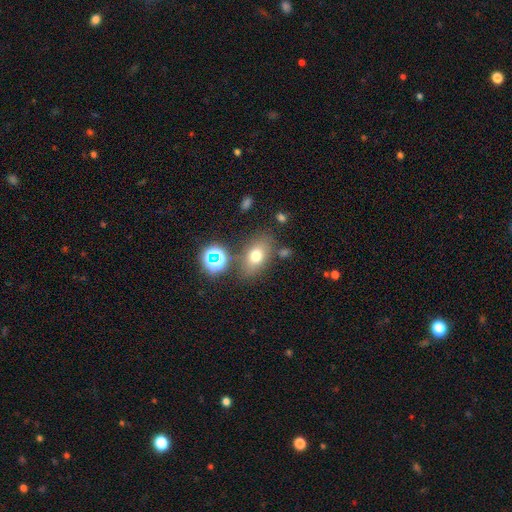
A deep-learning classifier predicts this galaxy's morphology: smooth_or_featured: smooth (p=0.69) [alt: featured or disk p=0.16]
how_rounded: in between (p=0.79) [alt: round p=0.18]
merging: none (p=0.75) [alt: minor disturbance p=0.13]